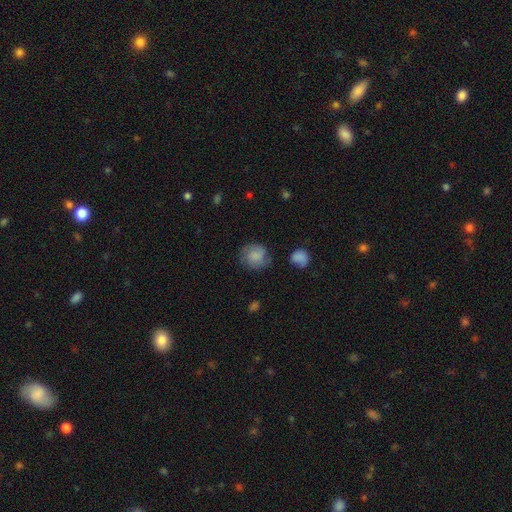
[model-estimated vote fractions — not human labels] Overall: smooth (64%; featured or disk 27%). How rounded: round (82%). Merging: none (65%).